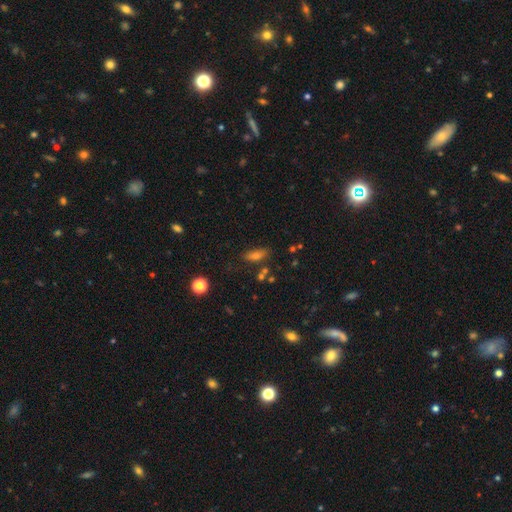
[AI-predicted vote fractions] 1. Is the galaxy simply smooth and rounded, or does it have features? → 66% smooth, 18% star or artifact, 16% featured or disk.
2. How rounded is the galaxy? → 68% in between, 25% cigar-shaped, 7% round.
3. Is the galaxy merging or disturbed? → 72% none, 16% minor disturbance, 7% merger, 5% major disturbance.